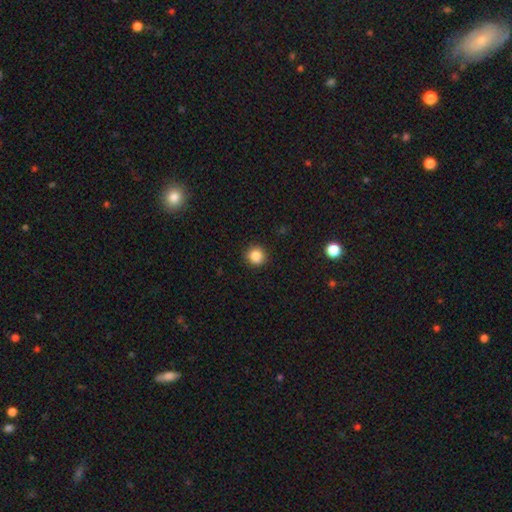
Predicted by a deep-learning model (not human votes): smooth_or_featured: smooth (p=0.85) [alt: star or artifact p=0.10]
how_rounded: round (p=0.91) [alt: in between p=0.08]
merging: none (p=0.91) [alt: minor disturbance p=0.06]